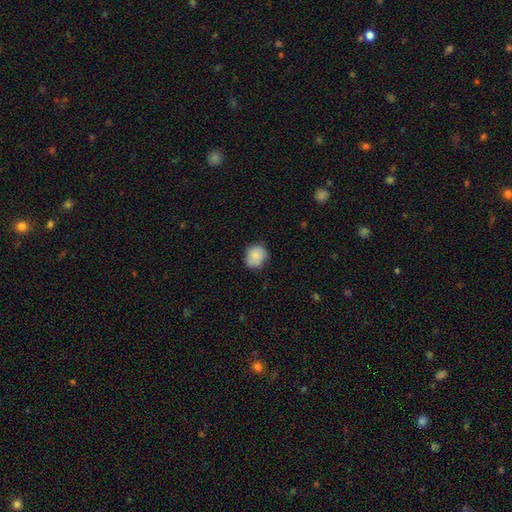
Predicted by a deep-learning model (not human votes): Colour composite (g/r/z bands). It shows a smooth galaxy with no disk features (79%) that is round (73%). Merging: none (71%).